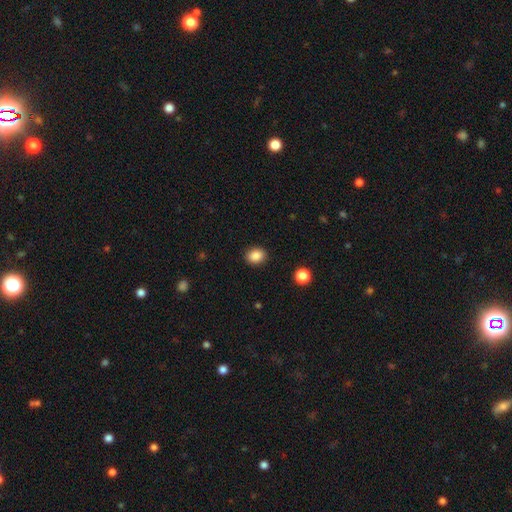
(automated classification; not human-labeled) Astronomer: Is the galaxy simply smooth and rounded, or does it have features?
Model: smooth — 87%.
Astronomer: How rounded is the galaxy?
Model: round — 54% (runner-up: in between, 45%).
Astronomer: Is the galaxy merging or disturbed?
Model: none — 90%.